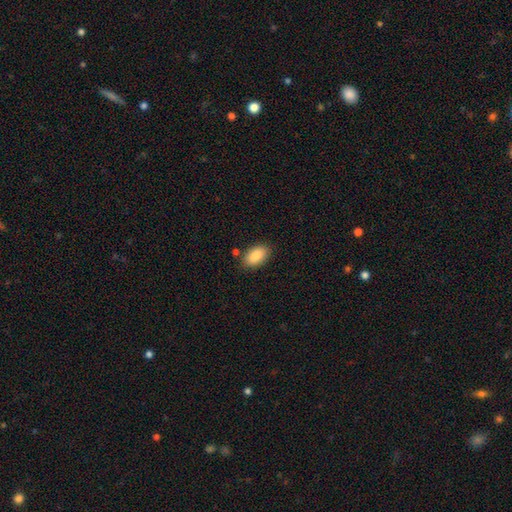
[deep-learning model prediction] The model was most divided on "merging": none: 83%, minor disturbance: 11%, merger: 3%, major disturbance: 3%. More confident: how rounded — in between (94%); smooth or featured — smooth (88%).